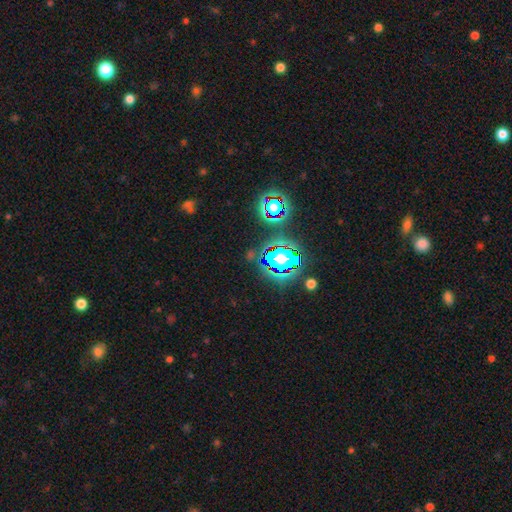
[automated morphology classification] star or artifact 78%, smooth 13%, featured or disk 9%.